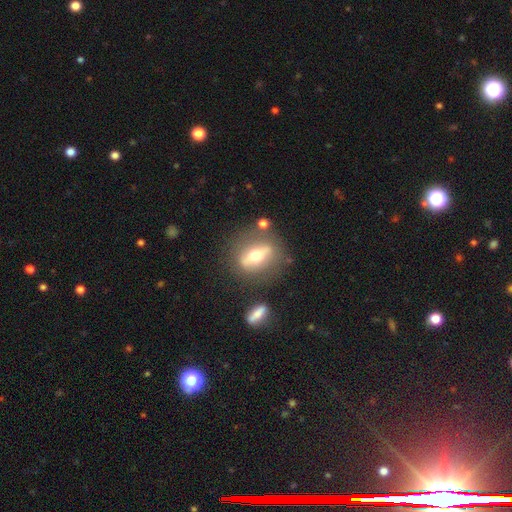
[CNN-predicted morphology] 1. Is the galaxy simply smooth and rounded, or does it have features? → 57% featured or disk, 35% smooth, 8% star or artifact.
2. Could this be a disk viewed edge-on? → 51% no, 49% yes.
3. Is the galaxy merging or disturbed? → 73% none, 13% minor disturbance, 7% merger, 7% major disturbance.